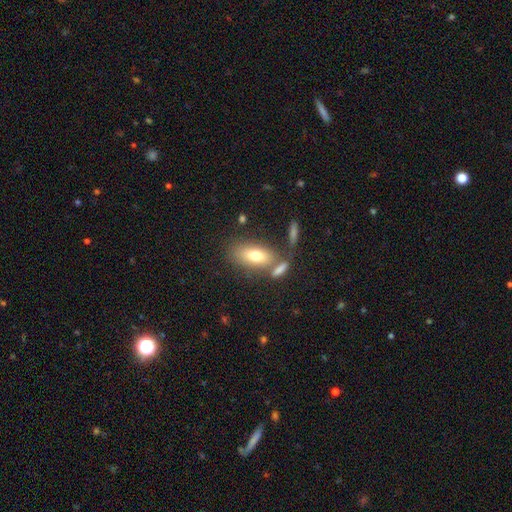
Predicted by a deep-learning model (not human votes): This is likely a smooth galaxy (72%). How rounded: clearly in between (83%). Merging: possibly none (59%).